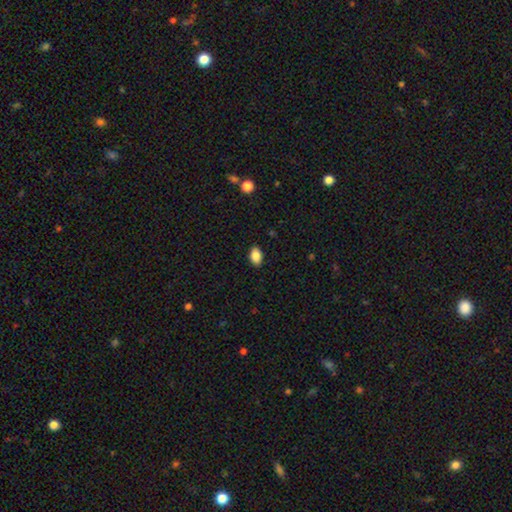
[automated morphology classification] smooth 87%, star or artifact 8%, featured or disk 5%. Down the decision tree: how rounded — in between (88%); merging — none (89%).